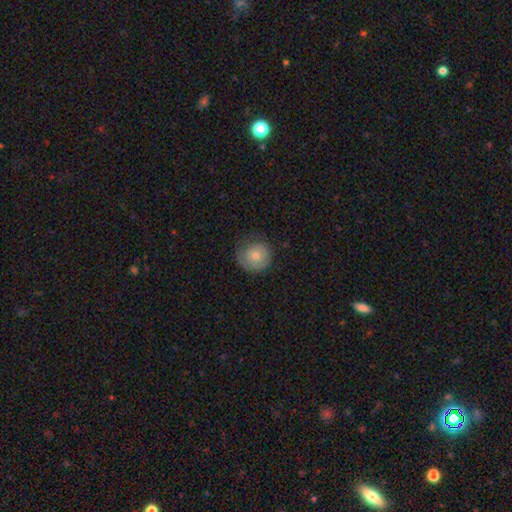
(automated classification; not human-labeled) Smooth or featured: smooth — 65% (featured or disk — 27%)
How rounded: round — 88% (in between — 11%)
Merging: none — 65% (minor disturbance — 24%)